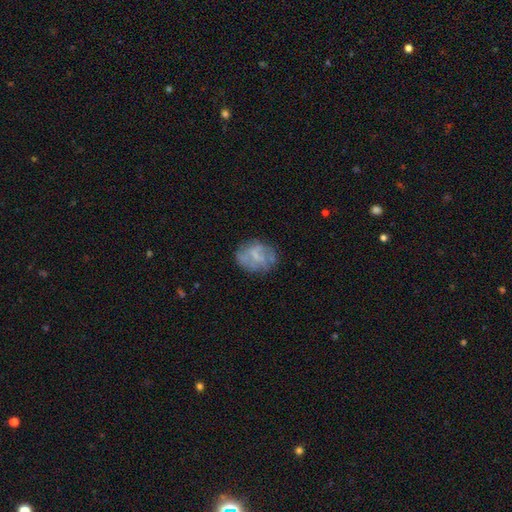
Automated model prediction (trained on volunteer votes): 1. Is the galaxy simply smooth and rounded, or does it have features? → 54% featured or disk, 36% smooth, 10% star or artifact.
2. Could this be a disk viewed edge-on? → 97% no, 3% yes.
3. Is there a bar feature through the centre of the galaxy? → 48% no, 39% weak, 12% strong.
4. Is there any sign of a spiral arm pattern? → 57% no, 43% yes.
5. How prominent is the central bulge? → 47% none, 31% small, 19% moderate, 2% large, 1% dominant.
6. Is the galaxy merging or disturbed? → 65% none, 21% minor disturbance, 12% major disturbance, 3% merger.